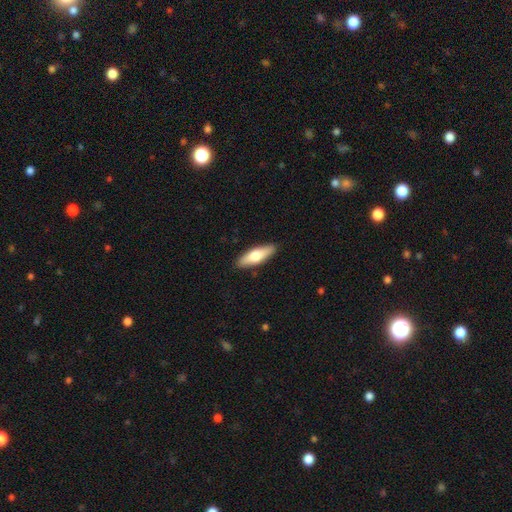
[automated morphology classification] Smooth or featured? Predicted: smooth (p=0.62). How rounded? Predicted: in between (p=0.51). Merging? Predicted: none (p=0.89).